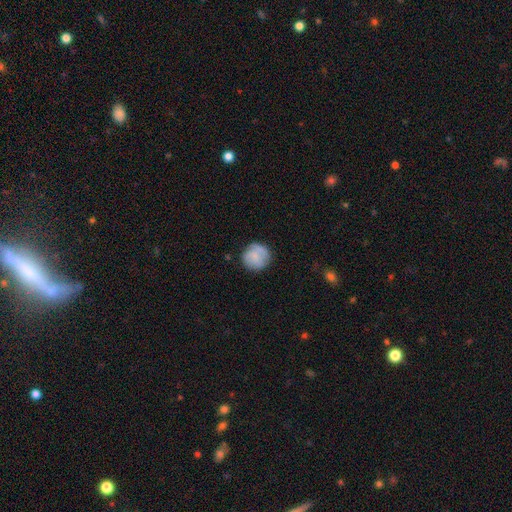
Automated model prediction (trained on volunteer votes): Smooth or featured? Predicted: smooth (p=0.65). How rounded? Predicted: round (p=0.89). Merging? Predicted: none (p=0.74).